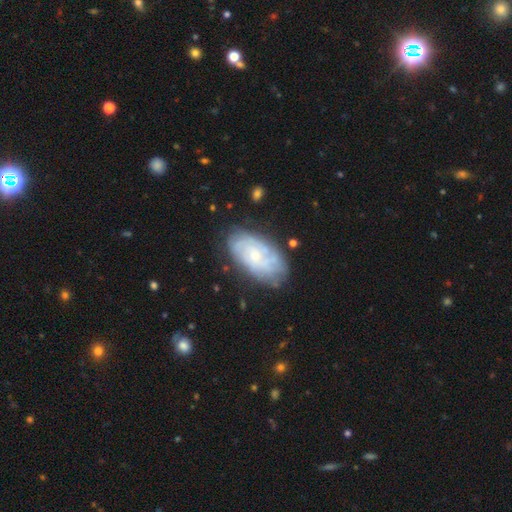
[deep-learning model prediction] Morphology: type=featured or disk (67%); edge-on=no (94%); bar=no (80%); spiral arms=yes (81%); winding=tight (67%); arm count=can't tell (57%); bulge=small (72%); merging=none (74%).